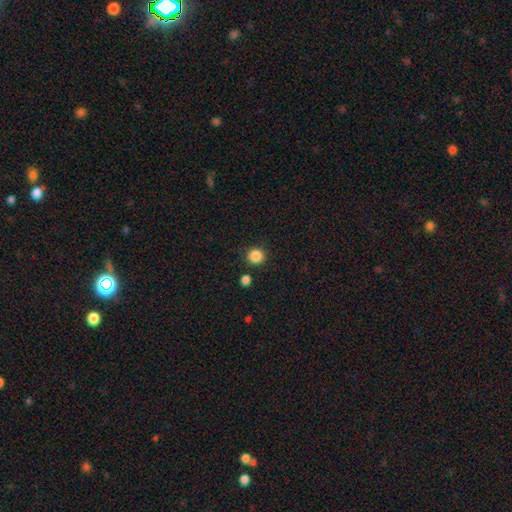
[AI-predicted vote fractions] This appears to be a smooth galaxy with no disk features (86%) that is round (93%). Merging: none (88%).